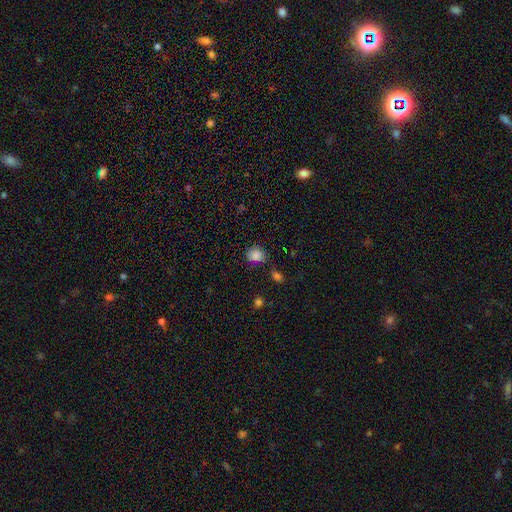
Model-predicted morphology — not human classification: This appears to be a smooth galaxy with no disk features (82%) that is round (65%). Merging: none (69%).